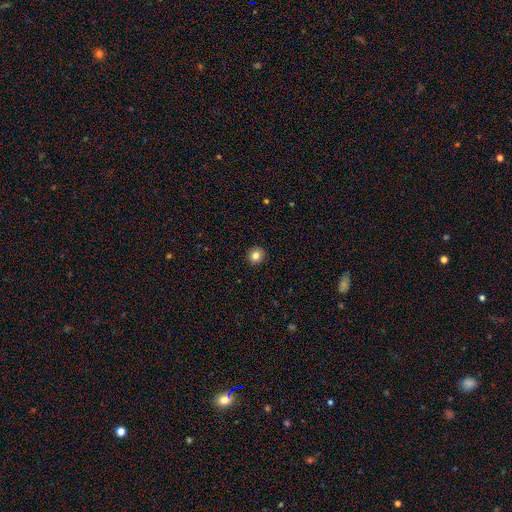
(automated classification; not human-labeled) Smooth or featured? smooth (82%)
How rounded? round (92%)
Merging? none (93%)